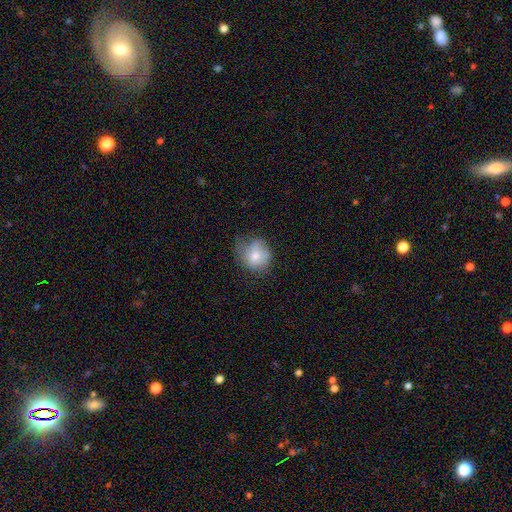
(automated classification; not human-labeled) Morphology: type=smooth (73%); roundness=round (75%); merging=none (48%).